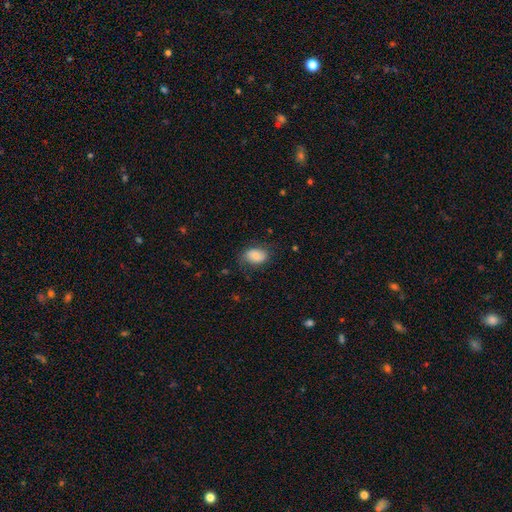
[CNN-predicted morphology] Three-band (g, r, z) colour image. It shows a smooth galaxy with no disk features (76%) that is in between round and cigar-shaped (79%). Merging: none (64%).